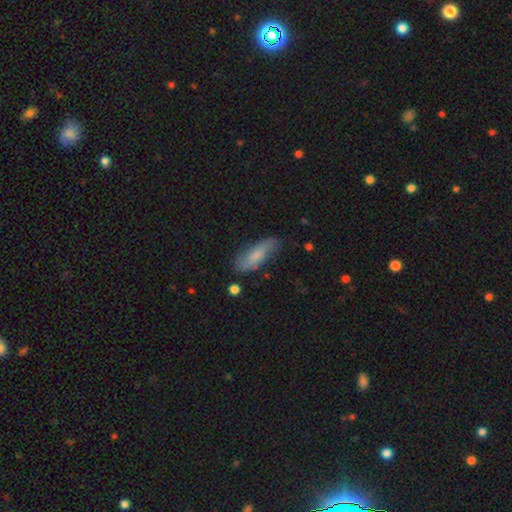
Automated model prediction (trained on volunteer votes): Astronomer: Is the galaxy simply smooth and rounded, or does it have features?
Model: smooth — 69%.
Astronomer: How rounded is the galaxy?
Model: in between — 52% (runner-up: cigar-shaped, 46%).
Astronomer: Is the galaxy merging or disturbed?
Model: none — 72%.